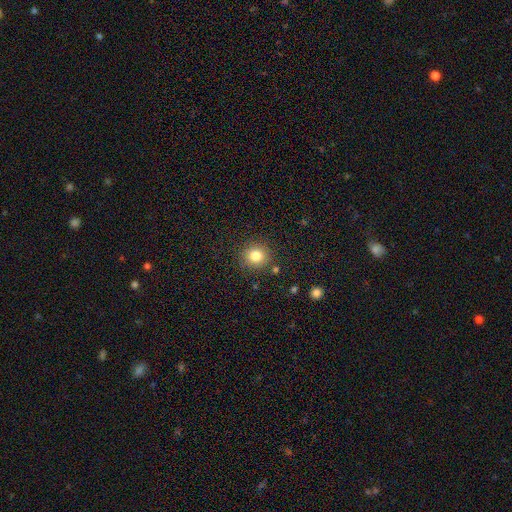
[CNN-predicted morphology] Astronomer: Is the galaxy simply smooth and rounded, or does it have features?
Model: smooth — 80%.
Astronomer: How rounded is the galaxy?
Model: round — 92%.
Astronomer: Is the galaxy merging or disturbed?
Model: none — 88%.